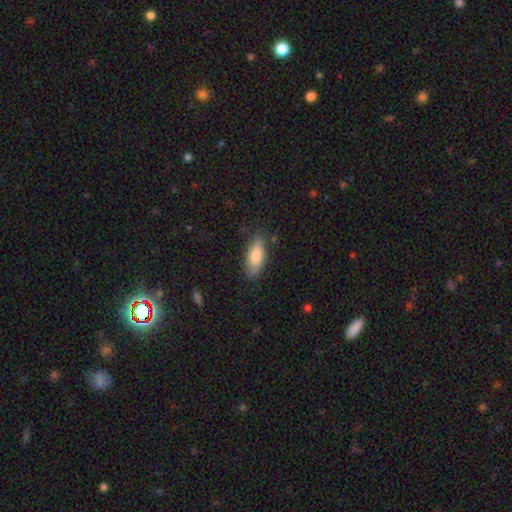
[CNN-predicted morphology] type=smooth (82%); roundness=in between (74%); merging=none (81%).